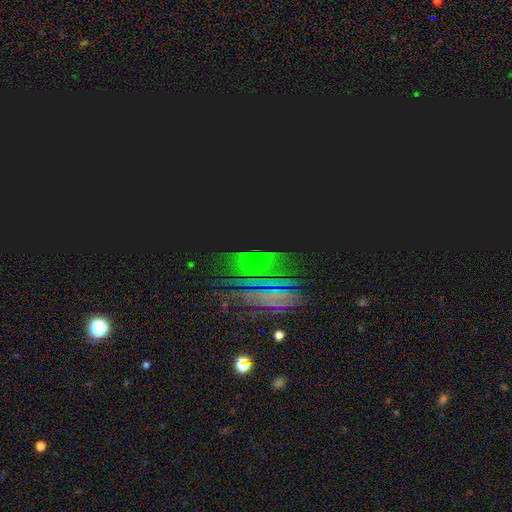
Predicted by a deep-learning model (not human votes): Q: Smooth or featured?
A: star or artifact (67%); runner-up: featured or disk (18%)